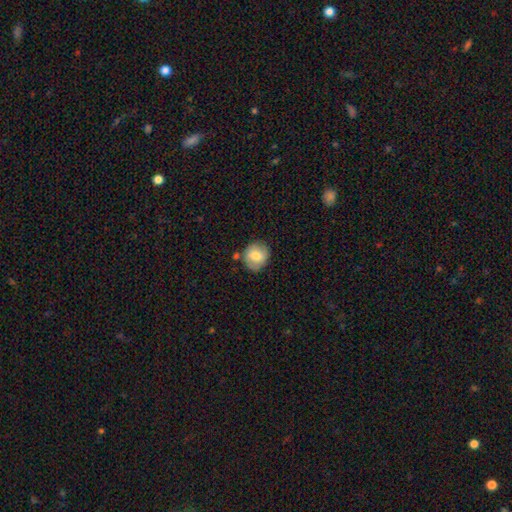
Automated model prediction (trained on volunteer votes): smooth_or_featured: smooth (p=0.74) [alt: featured or disk p=0.19]
how_rounded: round (p=0.81) [alt: in between p=0.18]
merging: none (p=0.75) [alt: minor disturbance p=0.16]